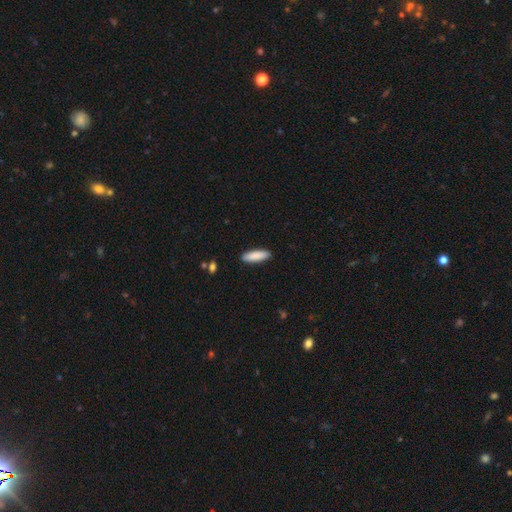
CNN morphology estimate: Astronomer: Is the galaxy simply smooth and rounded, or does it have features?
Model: smooth — 88%.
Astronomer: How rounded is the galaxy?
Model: cigar-shaped — 52% (runner-up: in between, 46%).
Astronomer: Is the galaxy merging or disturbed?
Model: none — 89%.